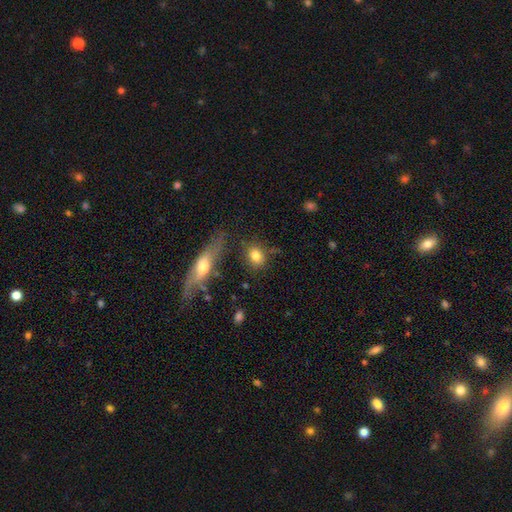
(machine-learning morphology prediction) smooth_or_featured: smooth (p=0.81) [alt: featured or disk p=0.10]
how_rounded: round (p=0.55) [alt: in between p=0.40]
merging: none (p=0.77) [alt: minor disturbance p=0.12]